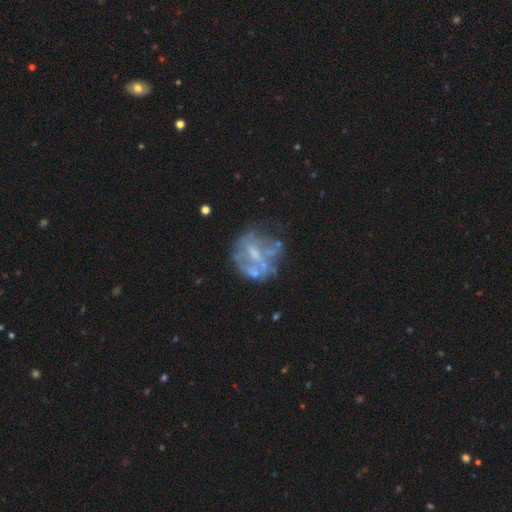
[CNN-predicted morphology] The model was most divided on "bulge size": none: 37%, moderate: 30%, small: 29%, large: 3%, dominant: 1%. Remaining: edge-on disk — no (97%); spiral arms — no (83%); smooth or featured — featured or disk (66%); bar — no (64%); merging — none (45%).